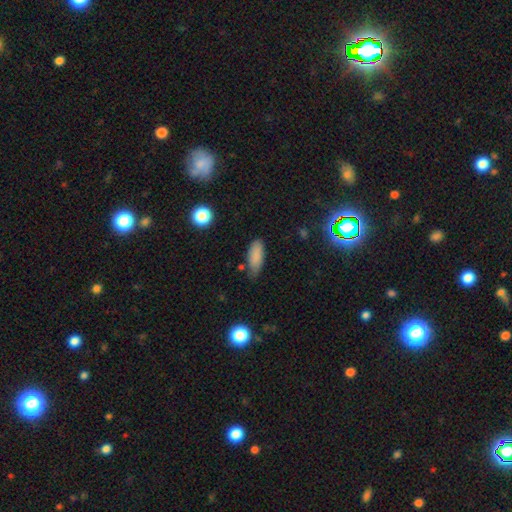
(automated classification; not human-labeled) This appears to be a smooth galaxy with no disk features (85%) that is in between round and cigar-shaped (77%). Merging: none (66%).